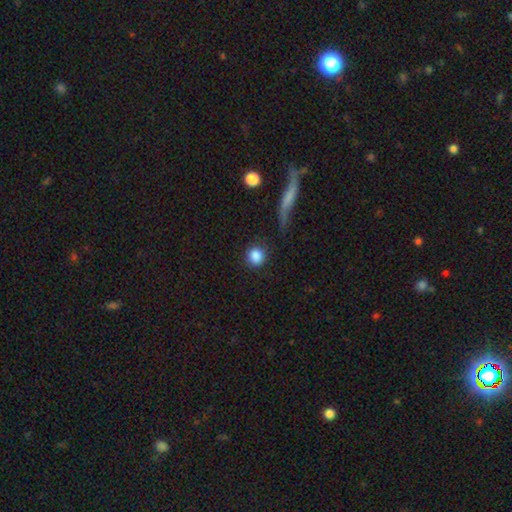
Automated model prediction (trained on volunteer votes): Morphology: type=smooth (87%); roundness=round (91%); merging=none (82%).